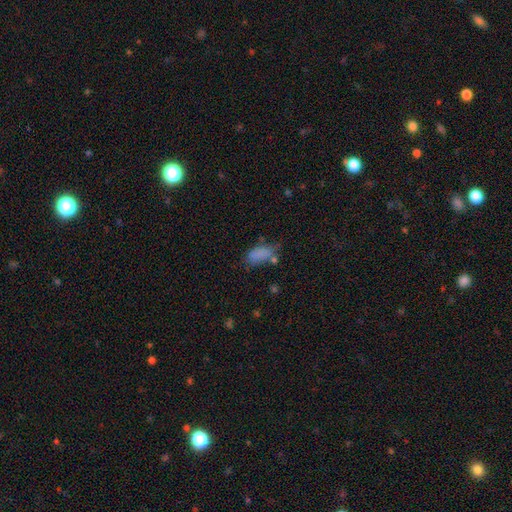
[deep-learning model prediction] smooth-or-featured: smooth: 74% | star or artifact: 15% | featured or disk: 11%
  how-rounded: in between: 85% | cigar-shaped: 11% | round: 5%
  merging: none: 48% | minor disturbance: 27% | major disturbance: 16% | merger: 9%